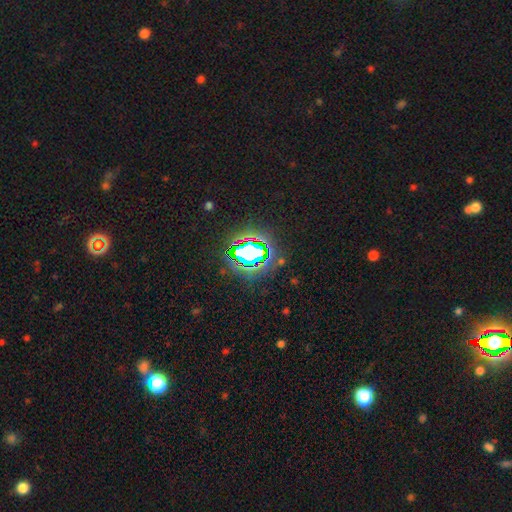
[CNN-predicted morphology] Smooth or featured? star or artifact (83%)